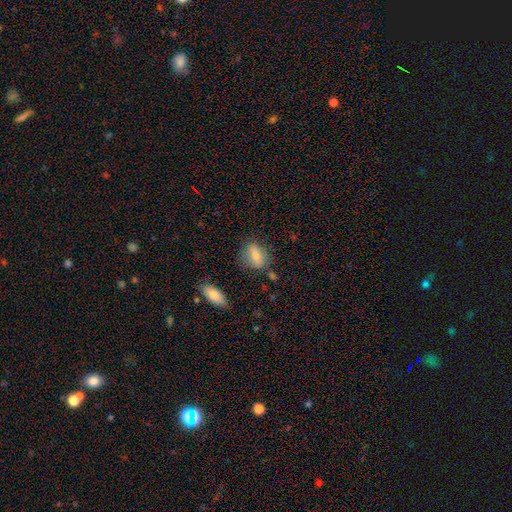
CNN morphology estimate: Overall: smooth (78%). How rounded: in between (73%). Merging: none (65%).